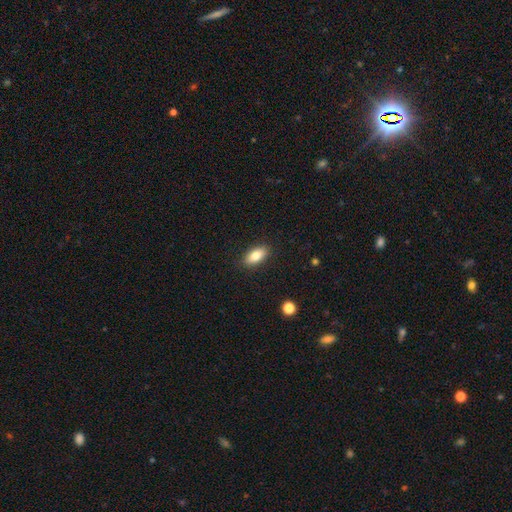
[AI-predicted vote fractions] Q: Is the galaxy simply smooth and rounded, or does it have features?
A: smooth — 81%.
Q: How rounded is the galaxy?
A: in between — 88%.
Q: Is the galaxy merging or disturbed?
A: none — 89%.